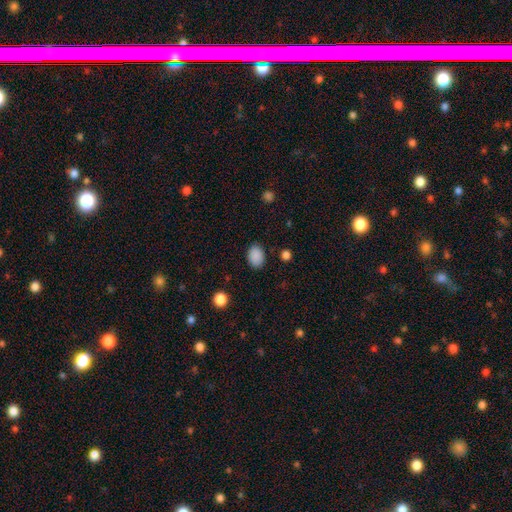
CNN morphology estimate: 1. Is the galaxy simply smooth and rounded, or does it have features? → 89% smooth, 8% star or artifact, 3% featured or disk.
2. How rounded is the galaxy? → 77% in between, 22% round, 1% cigar-shaped.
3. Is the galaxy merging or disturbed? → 85% none, 11% minor disturbance, 3% major disturbance, 1% merger.